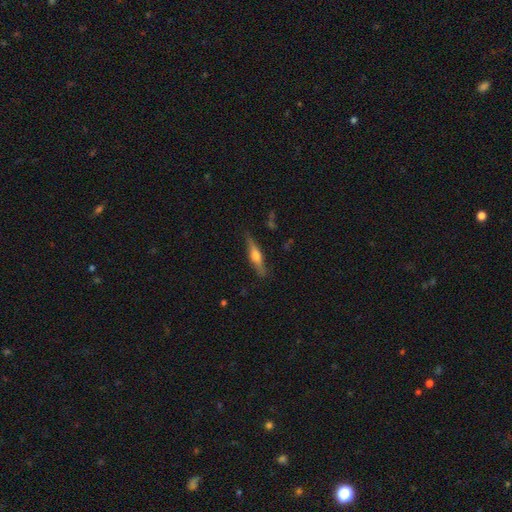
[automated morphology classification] This is likely a featured or disk galaxy (62%). It is clearly viewed edge-on (96%). Edge-on bulge: clearly rounded (90%). Merging: clearly none (84%).